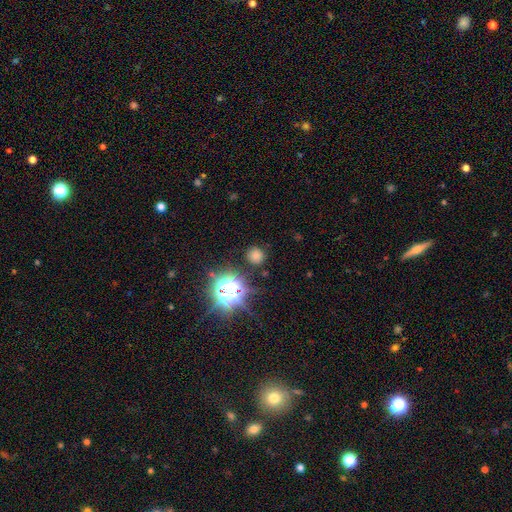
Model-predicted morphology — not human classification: Smooth or featured: smooth — 65% (star or artifact — 29%)
How rounded: round — 90% (in between — 8%)
Merging: none — 85% (minor disturbance — 8%)